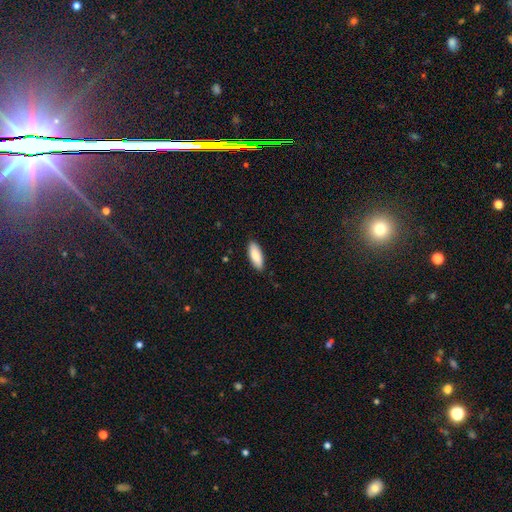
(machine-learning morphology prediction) A smooth galaxy with no disk features (84%) that is in between round and cigar-shaped (73%).

Vote fractions:
- Smooth or featured? smooth: 84% / featured or disk: 10% / star or artifact: 5%
- How rounded? in between: 73% / cigar-shaped: 25% / round: 2%
- Merging? none: 89% / minor disturbance: 9% / major disturbance: 2% / merger: 1%